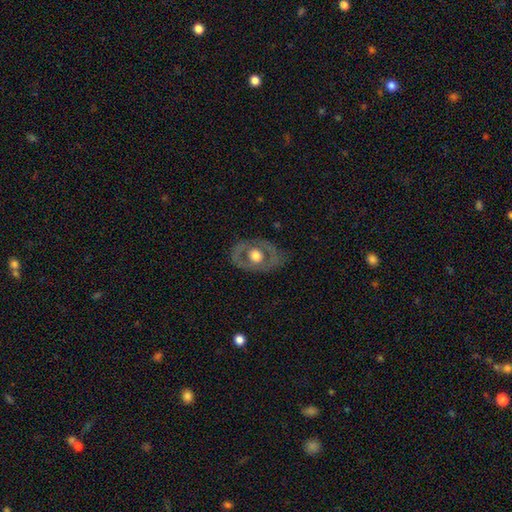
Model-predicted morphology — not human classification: Smooth or featured?
  - featured or disk: 58% *
  - smooth: 36%
  - star or artifact: 6%
Edge-on disk?
  - no: 92% *
  - yes: 8%
Bar?
  - no: 89% *
  - weak: 9%
  - strong: 2%
Spiral arms?
  - no: 86% *
  - yes: 14%
Bulge size?
  - moderate: 53% *
  - large: 40%
  - small: 4%
  - dominant: 3%
  - none: 1%
Merging?
  - none: 75% *
  - minor disturbance: 16%
  - major disturbance: 8%
  - merger: 1%